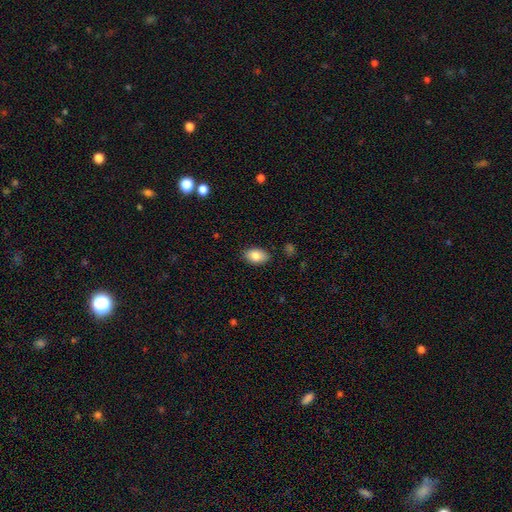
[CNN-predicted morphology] The model was most divided on "merging": none: 86%, minor disturbance: 10%, major disturbance: 2%, merger: 1%. More confident: how rounded — in between (90%); smooth or featured — smooth (85%).